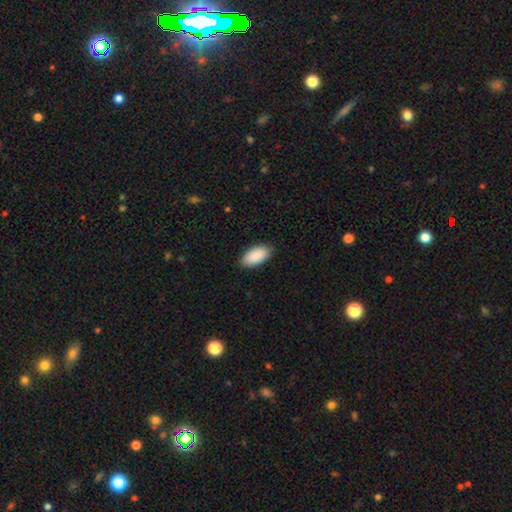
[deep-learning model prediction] Smooth or featured? smooth (92%)
How rounded? in between (95%)
Merging? none (89%)